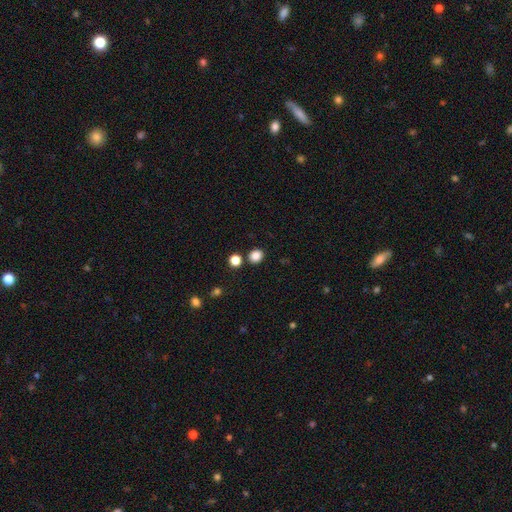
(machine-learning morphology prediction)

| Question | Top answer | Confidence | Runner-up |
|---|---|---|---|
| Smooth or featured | smooth | 84% | star or artifact (12%) |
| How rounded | round | 73% | in between (26%) |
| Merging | none | 85% | minor disturbance (7%) |